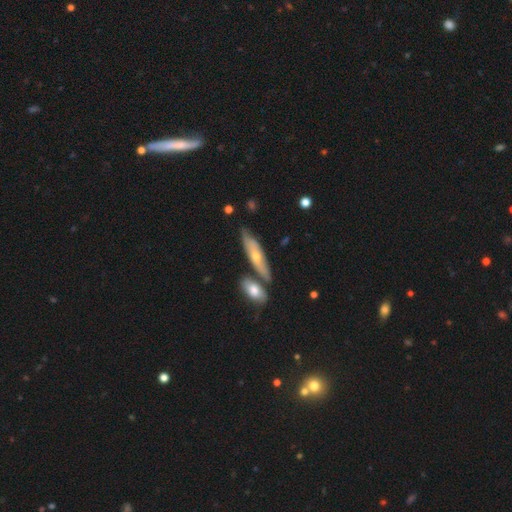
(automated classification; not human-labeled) Morphology: type=smooth (50%); merging=none (63%).